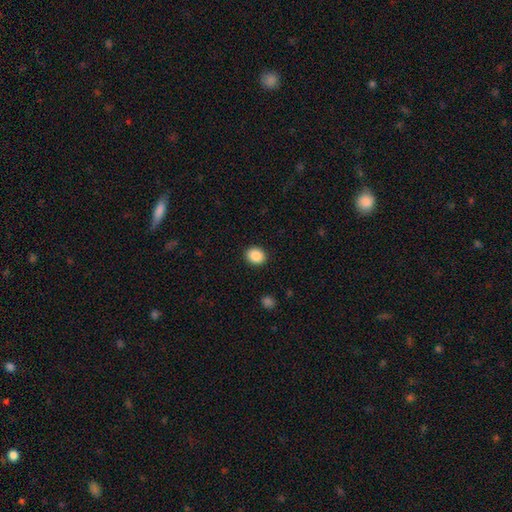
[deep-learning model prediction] smooth-or-featured: smooth: 88% | star or artifact: 9% | featured or disk: 3%
  how-rounded: round: 67% | in between: 32% | cigar-shaped: 1%
  merging: none: 91% | minor disturbance: 6% | major disturbance: 2% | merger: 1%